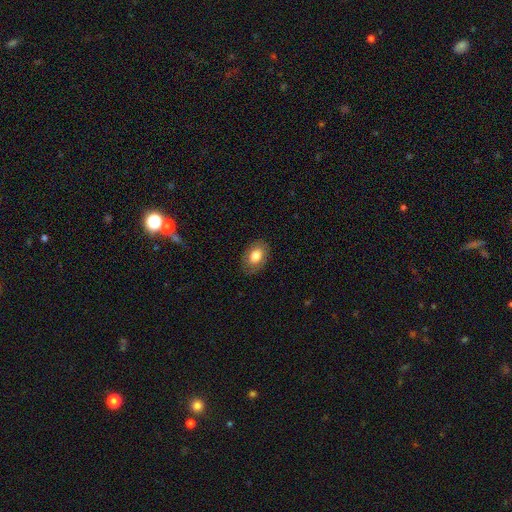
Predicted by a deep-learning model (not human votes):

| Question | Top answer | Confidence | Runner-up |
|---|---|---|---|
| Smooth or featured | smooth | 78% | featured or disk (14%) |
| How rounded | in between | 84% | round (15%) |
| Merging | none | 85% | minor disturbance (11%) |